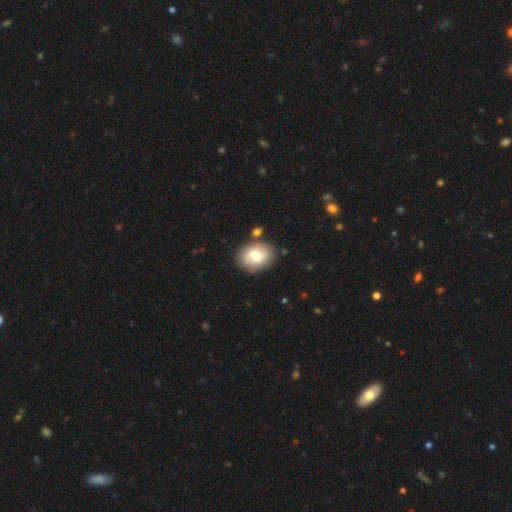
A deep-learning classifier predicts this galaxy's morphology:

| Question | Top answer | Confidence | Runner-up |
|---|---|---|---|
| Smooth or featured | smooth | 75% | featured or disk (17%) |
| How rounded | in between | 59% | round (40%) |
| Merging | none | 80% | minor disturbance (11%) |